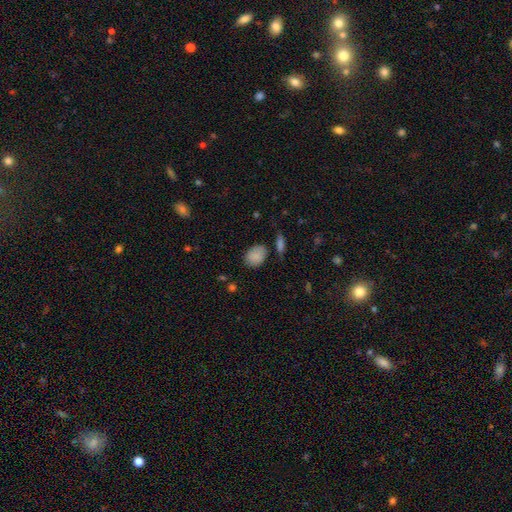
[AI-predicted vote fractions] Smooth or featured: smooth — 86% (star or artifact — 8%)
How rounded: in between — 68% (round — 31%)
Merging: none — 73% (minor disturbance — 18%)